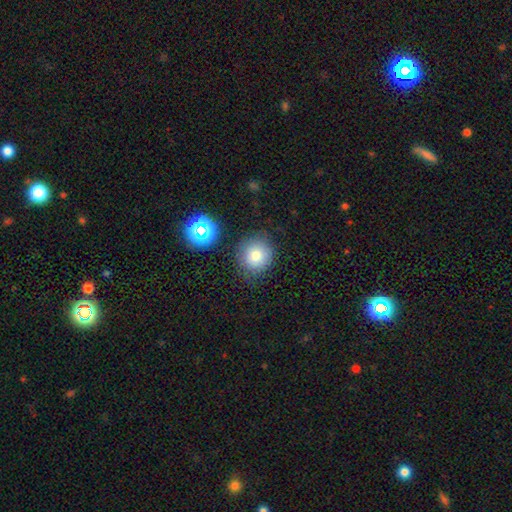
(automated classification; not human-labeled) Morphology: type=smooth (76%); roundness=round (90%); merging=none (79%).